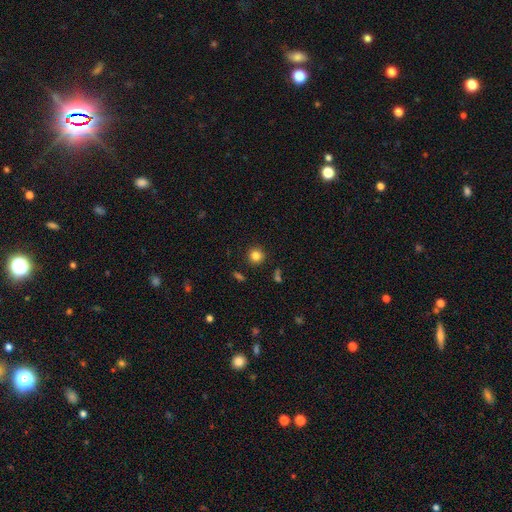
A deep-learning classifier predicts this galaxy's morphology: smooth_or_featured: smooth (p=0.82) [alt: star or artifact p=0.12]
how_rounded: round (p=0.92) [alt: in between p=0.07]
merging: none (p=0.90) [alt: minor disturbance p=0.06]